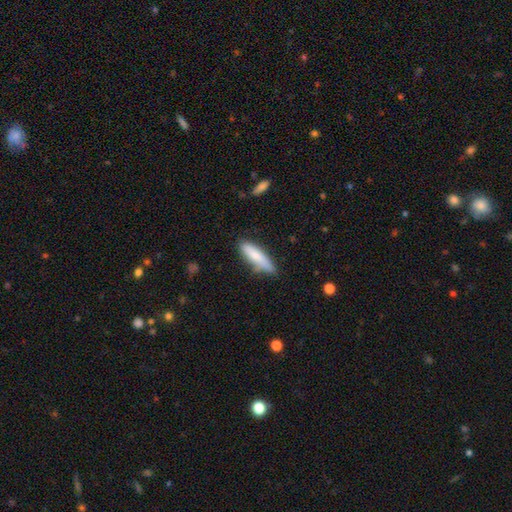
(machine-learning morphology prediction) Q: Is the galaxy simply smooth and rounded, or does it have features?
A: smooth — 77%.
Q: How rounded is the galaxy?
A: cigar-shaped — 67%.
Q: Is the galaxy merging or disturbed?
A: none — 72%.